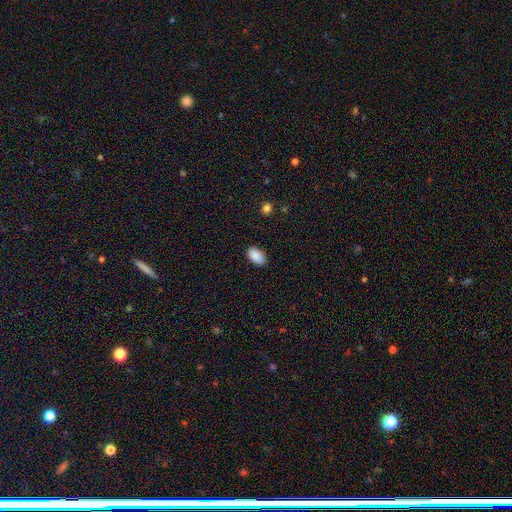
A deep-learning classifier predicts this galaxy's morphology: Smooth or featured?
  - smooth: 90% *
  - star or artifact: 7%
  - featured or disk: 3%
How rounded?
  - in between: 94% *
  - round: 4%
  - cigar-shaped: 2%
Merging?
  - none: 88% *
  - minor disturbance: 9%
  - major disturbance: 2%
  - merger: 1%